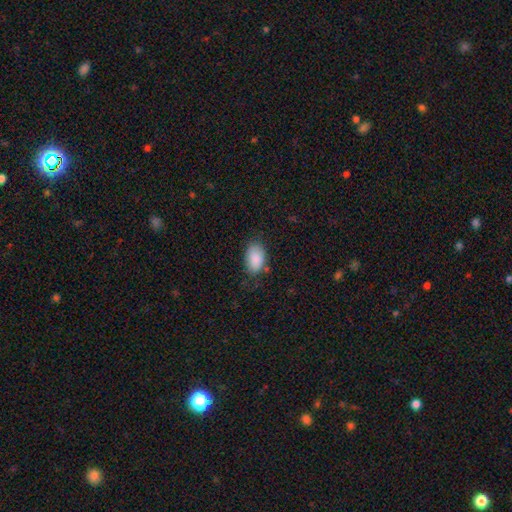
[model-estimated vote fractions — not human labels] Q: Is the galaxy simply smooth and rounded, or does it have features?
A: smooth — 88%.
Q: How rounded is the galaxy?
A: in between — 91%.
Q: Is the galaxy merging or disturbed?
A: none — 72%.